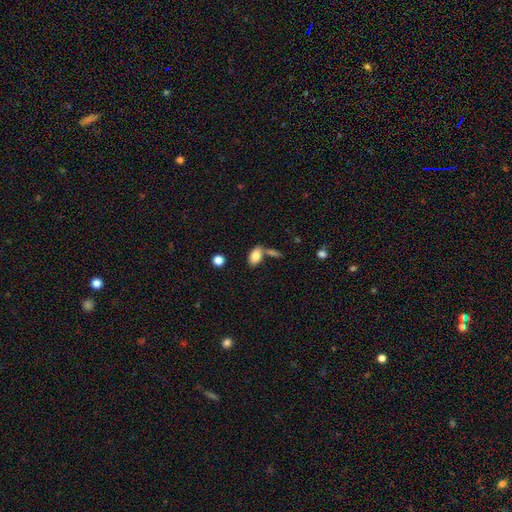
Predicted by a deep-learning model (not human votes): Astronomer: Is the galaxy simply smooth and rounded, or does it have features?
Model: smooth — 83%.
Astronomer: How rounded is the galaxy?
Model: in between — 91%.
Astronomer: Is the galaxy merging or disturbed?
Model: none — 59%.